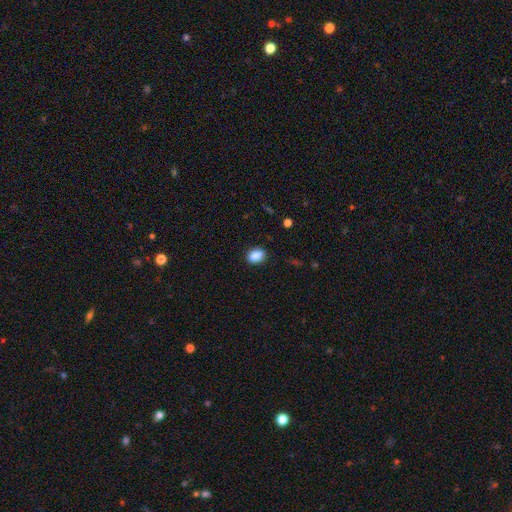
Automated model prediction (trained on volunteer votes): smooth 88%, star or artifact 8%, featured or disk 4%. Down the decision tree: how rounded — in between (72%); merging — none (87%).